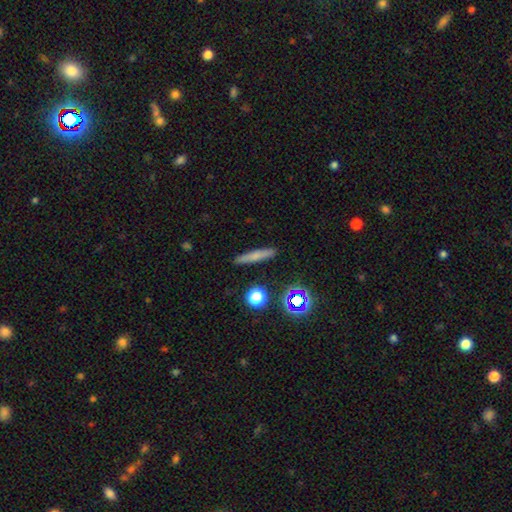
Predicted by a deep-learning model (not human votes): The model was most divided on "smooth or featured": smooth: 66%, featured or disk: 22%, star or artifact: 13%. More confident: merging — none (88%); how rounded — cigar-shaped (88%).